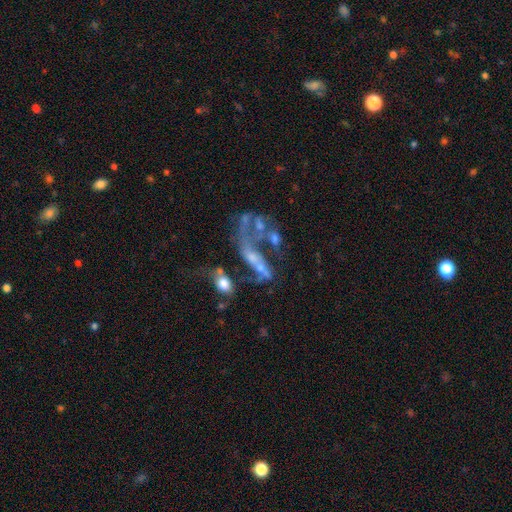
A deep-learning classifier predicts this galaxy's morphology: Overall: featured or disk (61%). Edge-on disk: no (88%). Bar: no (75%). Spiral arms: no (66%; yes 34%). Bulge size: none (46%; small 30%). Merging: merger (39%; major disturbance 32%).